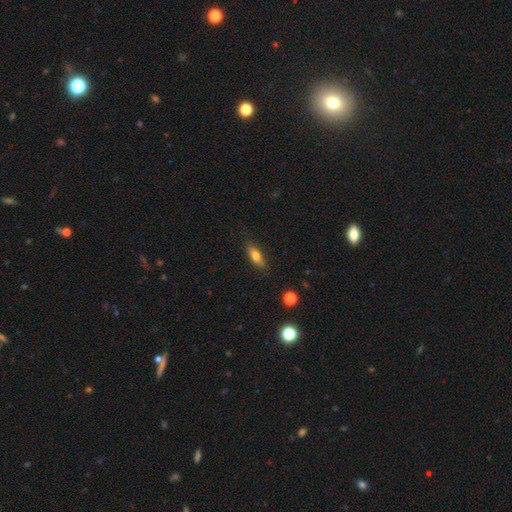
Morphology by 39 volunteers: smooth_or_featured: smooth (p=0.82) [alt: featured or disk p=0.13]
how_rounded: in between (p=0.56) [alt: cigar-shaped p=0.41]
merging: none (p=0.70) [alt: minor disturbance p=0.27]